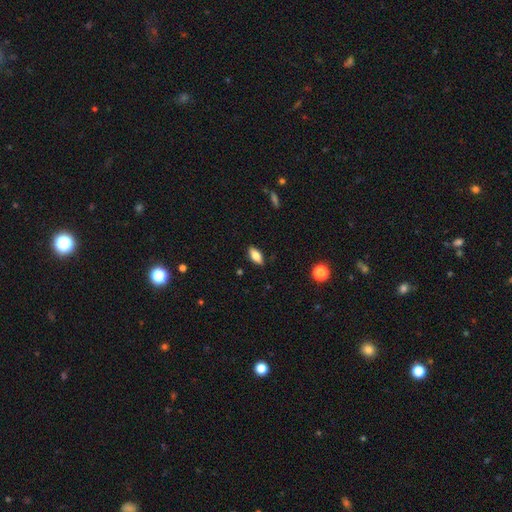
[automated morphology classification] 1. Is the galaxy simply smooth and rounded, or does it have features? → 71% smooth, 22% featured or disk, 8% star or artifact.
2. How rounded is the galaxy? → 83% in between, 14% cigar-shaped, 3% round.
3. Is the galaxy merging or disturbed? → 87% none, 10% minor disturbance, 2% major disturbance, 1% merger.